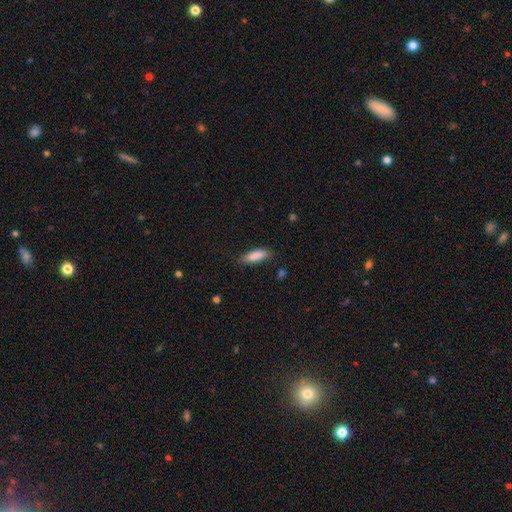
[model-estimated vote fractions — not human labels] This appears to be a smooth galaxy with no disk features (86%) that is in between round and cigar-shaped (54%). Merging: none (76%).